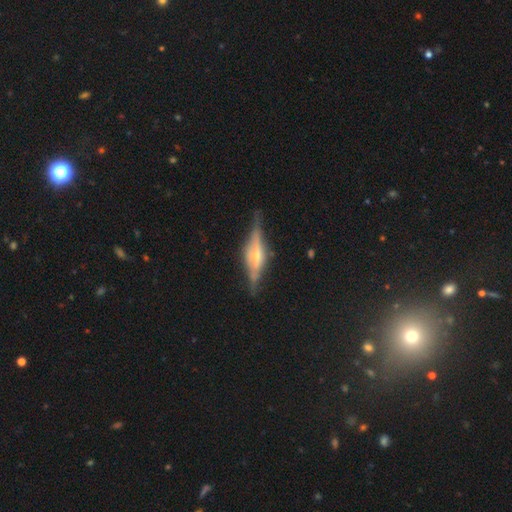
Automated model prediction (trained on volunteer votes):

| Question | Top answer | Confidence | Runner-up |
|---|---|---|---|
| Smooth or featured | featured or disk | 80% | smooth (13%) |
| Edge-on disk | yes | 93% | no (7%) |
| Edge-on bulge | rounded | 75% | boxy (21%) |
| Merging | none | 76% | minor disturbance (17%) |